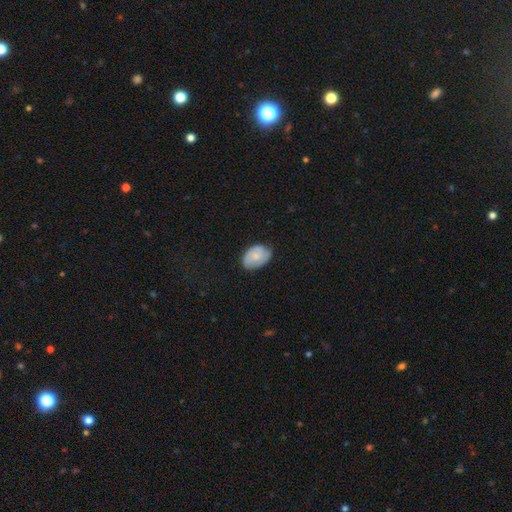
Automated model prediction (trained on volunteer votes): A smooth galaxy with no disk features (63%) that is in between round and cigar-shaped (83%). Merging: none (68%).